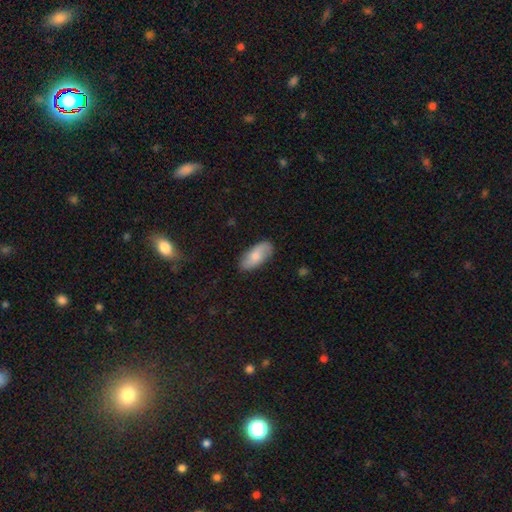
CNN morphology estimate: This is likely a smooth galaxy (63%). How rounded: clearly in between (90%). Merging: clearly none (82%).